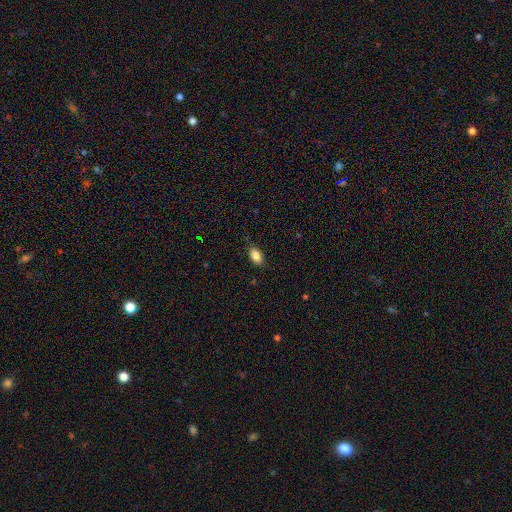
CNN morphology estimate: smooth-or-featured: smooth: 85% | star or artifact: 8% | featured or disk: 7%
  how-rounded: in between: 90% | round: 7% | cigar-shaped: 3%
  merging: none: 78% | minor disturbance: 18% | major disturbance: 3% | merger: 1%